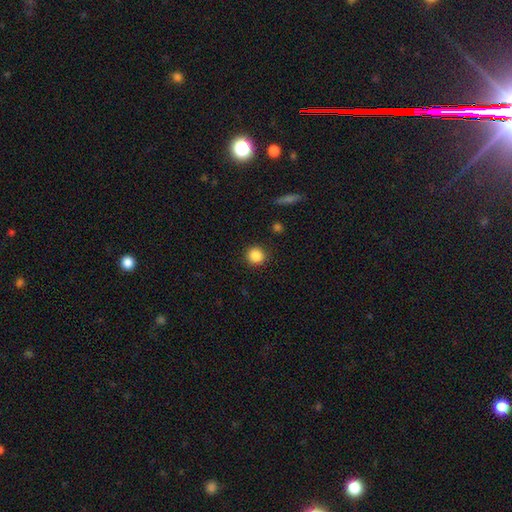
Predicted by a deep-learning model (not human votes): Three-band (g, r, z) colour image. It shows a smooth galaxy with no disk features (87%) that is round (92%). Merging: none (90%).